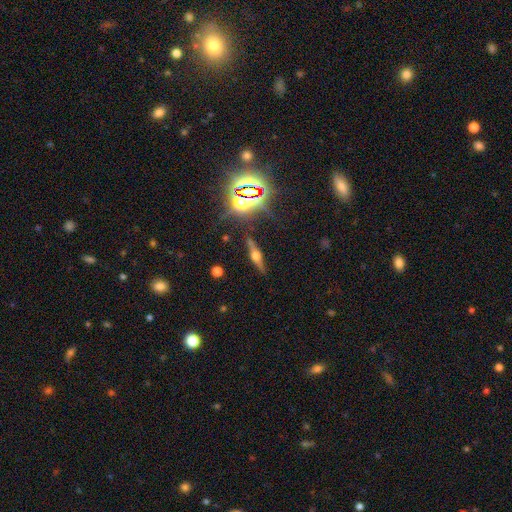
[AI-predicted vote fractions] Smooth or featured? featured or disk (67%)
Edge-on disk? yes (94%)
Edge-on bulge? rounded (93%)
Merging? none (84%)